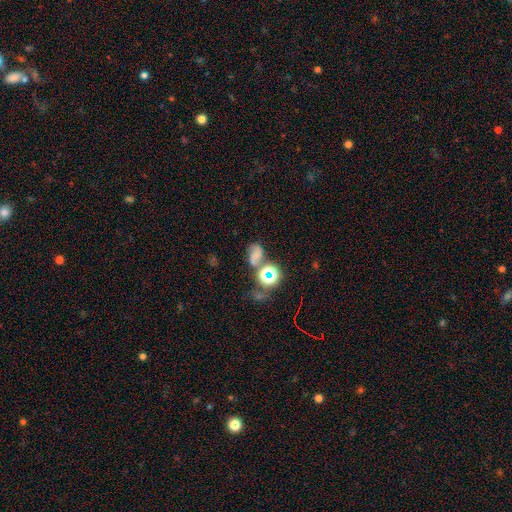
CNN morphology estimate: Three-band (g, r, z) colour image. It shows a smooth galaxy with no disk features (46%). Merging: none (40%).